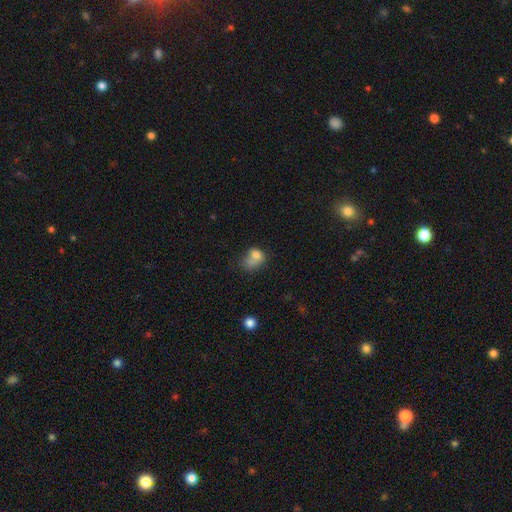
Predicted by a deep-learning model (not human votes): A smooth galaxy with no disk features (73%) that is in between round and cigar-shaped (59%).

Vote fractions:
- Smooth or featured? smooth: 73% / featured or disk: 15% / star or artifact: 12%
- How rounded? in between: 59% / round: 40% / cigar-shaped: 1%
- Merging? major disturbance: 27% / minor disturbance: 25% / none: 24% / merger: 24%